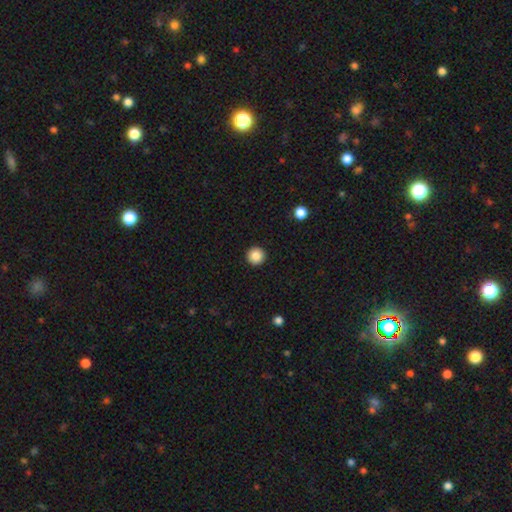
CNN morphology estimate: Q: Smooth or featured?
A: smooth (87%); runner-up: star or artifact (9%)
Q: How rounded?
A: round (96%); runner-up: in between (3%)
Q: Merging?
A: none (94%); runner-up: minor disturbance (4%)